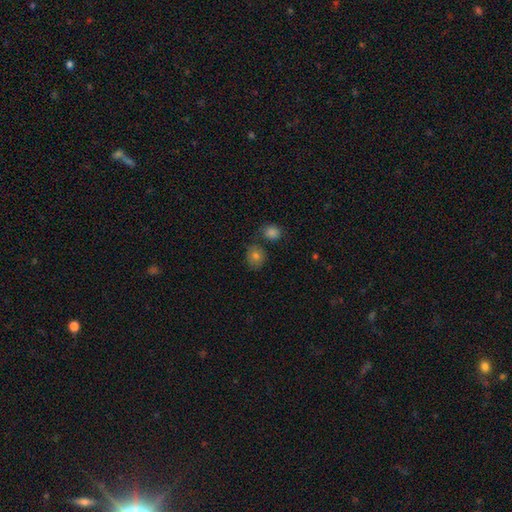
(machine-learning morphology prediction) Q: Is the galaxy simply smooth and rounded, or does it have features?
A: smooth — 78%.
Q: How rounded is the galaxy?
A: round — 70%.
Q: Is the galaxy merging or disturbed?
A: none — 68%.